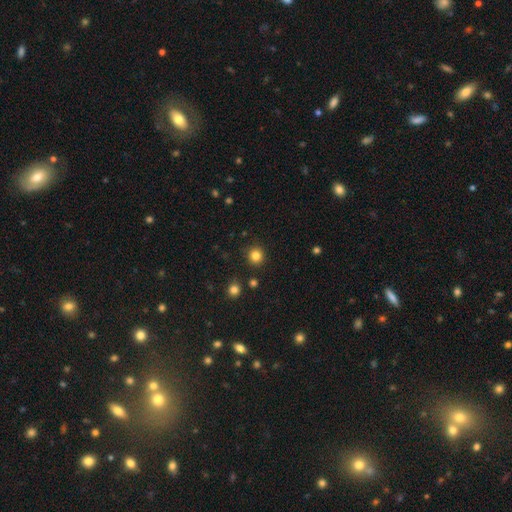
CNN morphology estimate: A smooth galaxy with no disk features (83%) that is round (93%).

Vote fractions:
- Smooth or featured? smooth: 83% / star or artifact: 12% / featured or disk: 5%
- How rounded? round: 93% / in between: 6% / cigar-shaped: 1%
- Merging? none: 90% / minor disturbance: 6% / major disturbance: 2% / merger: 2%